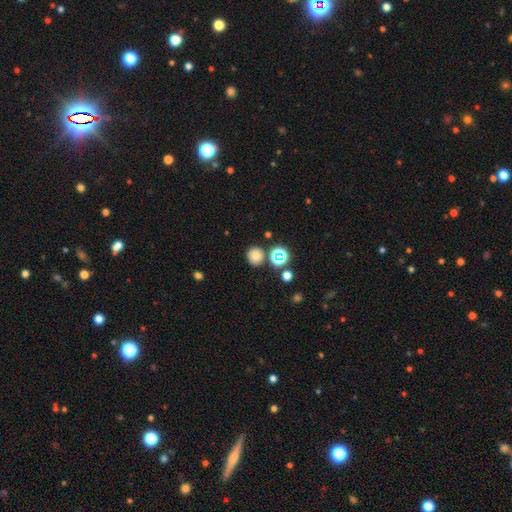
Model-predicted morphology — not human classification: Overall: smooth (76%). How rounded: round (87%). Merging: none (83%).